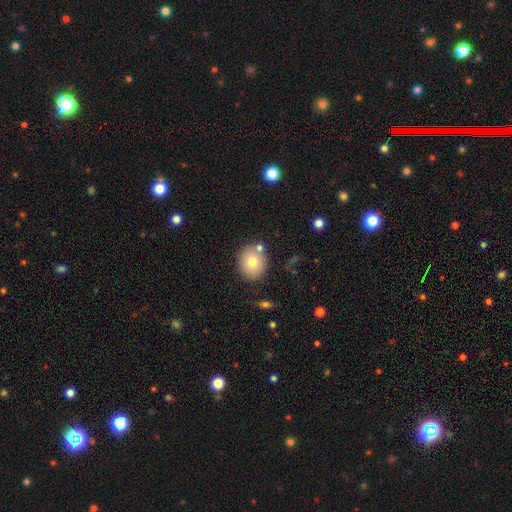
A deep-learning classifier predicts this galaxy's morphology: Q: Smooth or featured?
A: smooth (61%); runner-up: star or artifact (23%)
Q: How rounded?
A: round (81%); runner-up: in between (18%)
Q: Merging?
A: none (82%); runner-up: minor disturbance (10%)